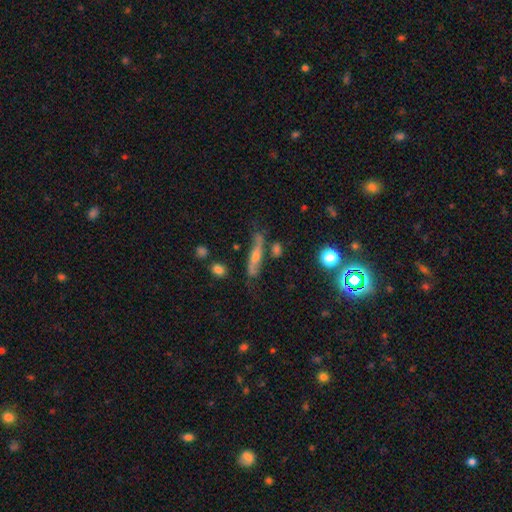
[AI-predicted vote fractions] smooth_or_featured: featured or disk (p=0.50) [alt: smooth p=0.39]
disk_edge_on: yes (p=0.62) [alt: no p=0.38]
merging: none (p=0.59) [alt: minor disturbance p=0.24]